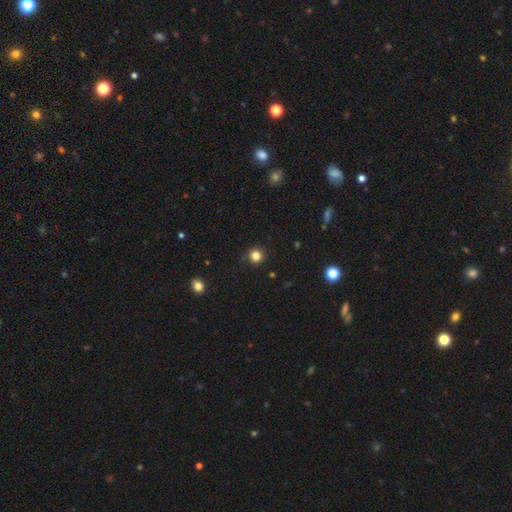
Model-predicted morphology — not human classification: A smooth galaxy with no disk features (82%) that is round (94%).

Vote fractions:
- Smooth or featured? smooth: 82% / star or artifact: 13% / featured or disk: 4%
- How rounded? round: 94% / in between: 5% / cigar-shaped: 1%
- Merging? none: 90% / minor disturbance: 7% / major disturbance: 2% / merger: 1%